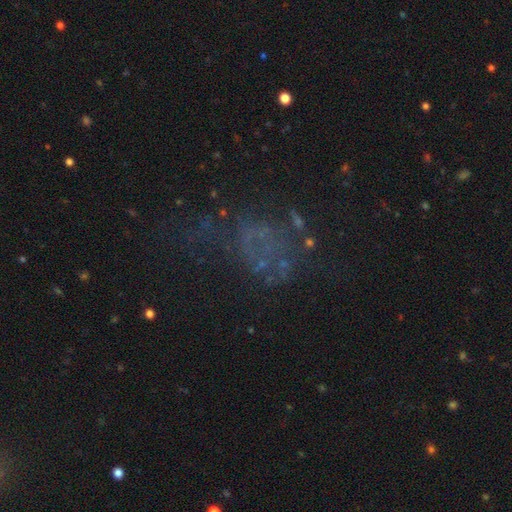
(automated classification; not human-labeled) Smooth or featured?
  - featured or disk: 46% *
  - star or artifact: 32%
  - smooth: 23%
Merging?
  - none: 44% *
  - major disturbance: 33%
  - minor disturbance: 16%
  - merger: 7%